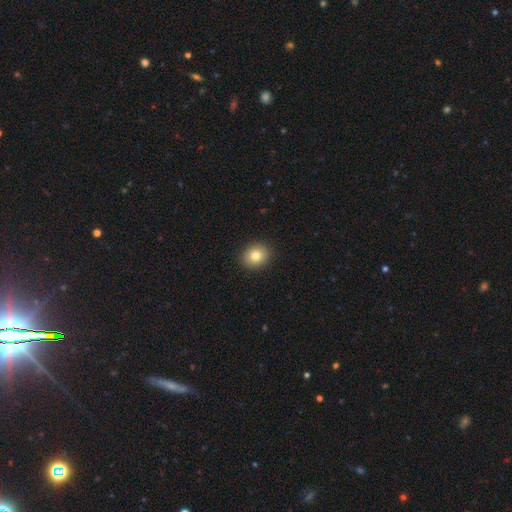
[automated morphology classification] smooth 82%, star or artifact 10%, featured or disk 8%. Down the decision tree: how rounded — round (64%); merging — none (91%).